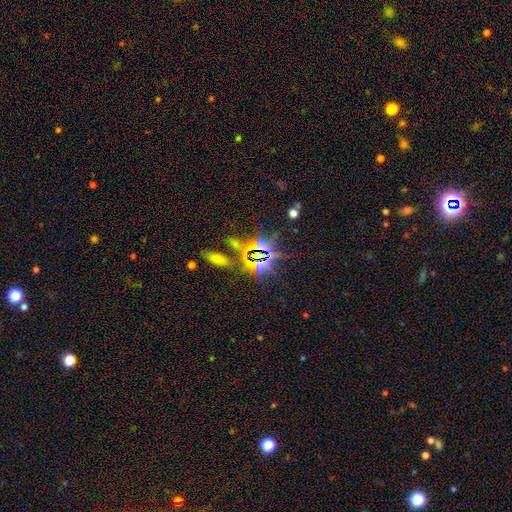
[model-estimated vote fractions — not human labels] smooth-or-featured: star or artifact: 76% | smooth: 15% | featured or disk: 9%